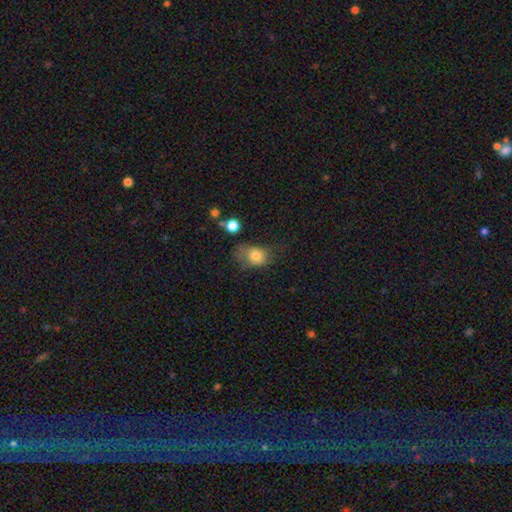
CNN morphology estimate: smooth_or_featured: smooth (p=0.76) [alt: featured or disk p=0.14]
how_rounded: in between (p=0.66) [alt: round p=0.33]
merging: none (p=0.38) [alt: minor disturbance p=0.32]